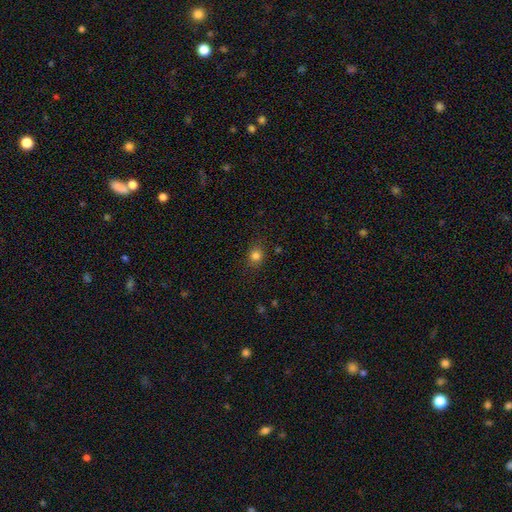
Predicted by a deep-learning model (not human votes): smooth 81%, star or artifact 14%, featured or disk 5%. Down the decision tree: how rounded — round (72%); merging — none (85%).